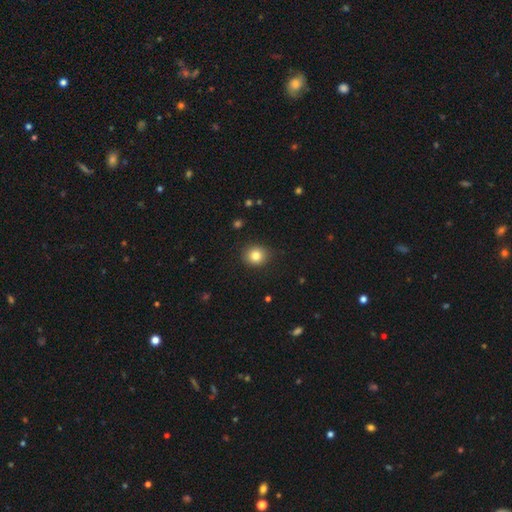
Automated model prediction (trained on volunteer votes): Smooth or featured? smooth (83%)
How rounded? round (79%)
Merging? none (89%)